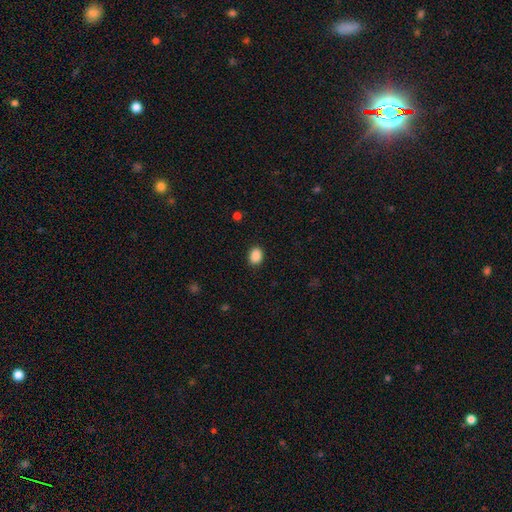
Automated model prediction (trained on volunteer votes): Smooth or featured? Predicted: smooth (p=0.89). How rounded? Predicted: in between (p=0.64). Merging? Predicted: none (p=0.89).